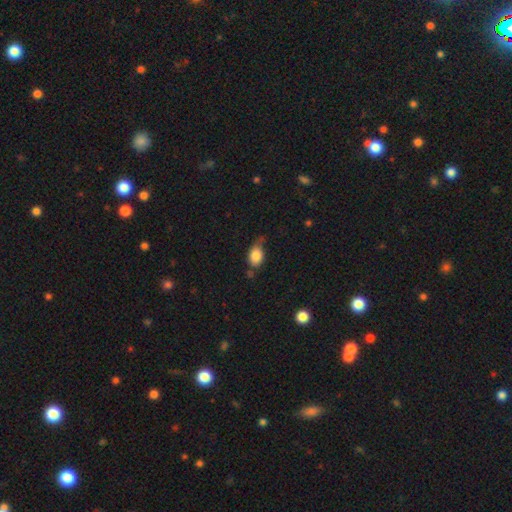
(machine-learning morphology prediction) A smooth galaxy with no disk features (83%) that is in between round and cigar-shaped (81%).

Vote fractions:
- Smooth or featured? smooth: 83% / featured or disk: 9% / star or artifact: 8%
- How rounded? in between: 81% / round: 17% / cigar-shaped: 2%
- Merging? none: 53% / minor disturbance: 32% / major disturbance: 9% / merger: 6%